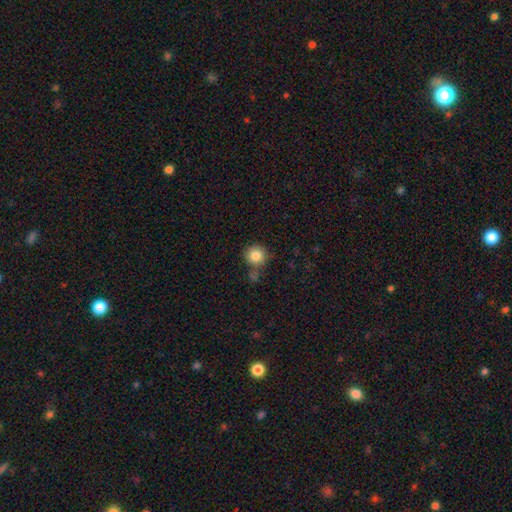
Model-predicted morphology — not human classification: Overall: smooth (84%). How rounded: round (92%). Merging: none (72%).